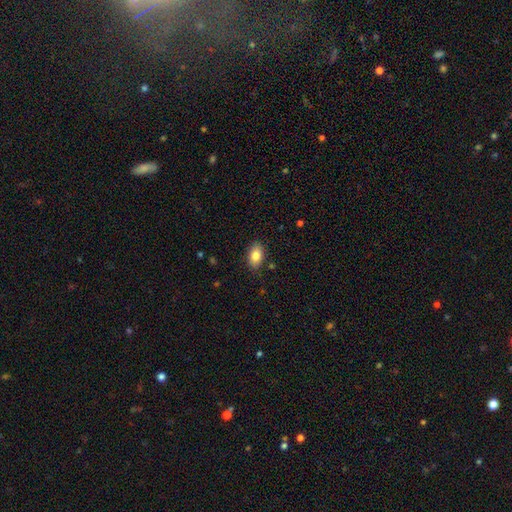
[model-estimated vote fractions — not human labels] The model was most divided on "smooth or featured": smooth: 83%, featured or disk: 9%, star or artifact: 7%. More confident: how rounded — in between (90%); merging — none (86%).